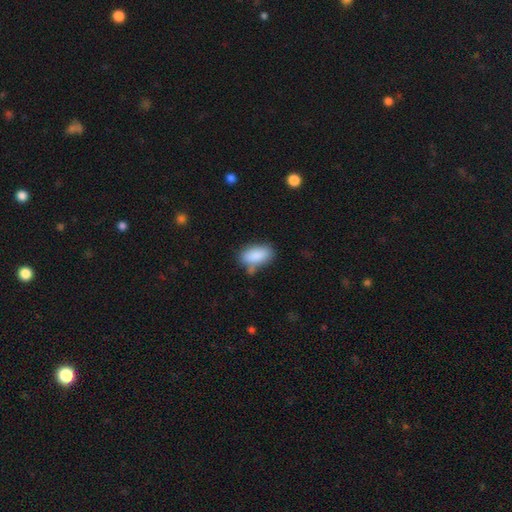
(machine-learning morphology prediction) This is clearly a smooth galaxy (88%). How rounded: clearly in between (92%). Merging: likely none (65%).